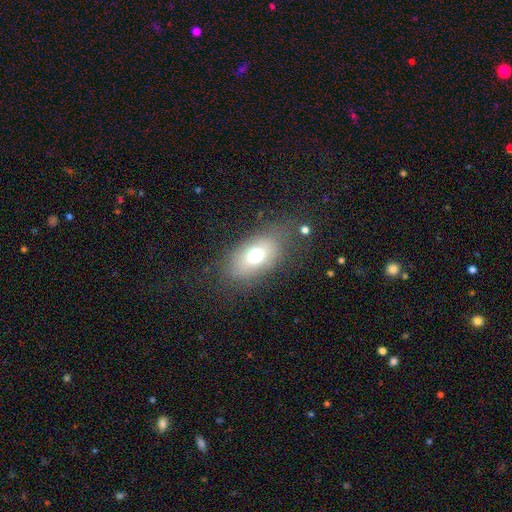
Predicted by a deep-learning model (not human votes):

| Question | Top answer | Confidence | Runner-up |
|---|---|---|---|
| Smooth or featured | smooth | 67% | featured or disk (20%) |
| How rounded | in between | 82% | round (15%) |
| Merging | none | 71% | minor disturbance (16%) |